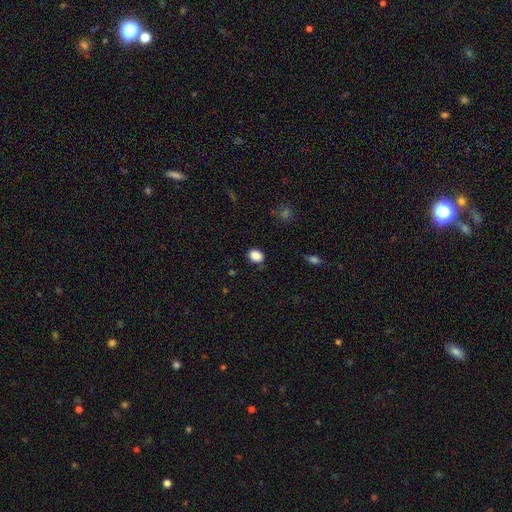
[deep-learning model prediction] Q: Smooth or featured?
A: smooth (88%); runner-up: star or artifact (9%)
Q: How rounded?
A: in between (61%); runner-up: round (38%)
Q: Merging?
A: none (81%); runner-up: minor disturbance (14%)